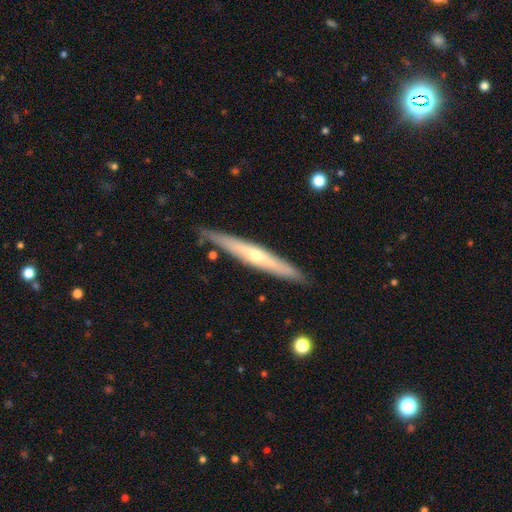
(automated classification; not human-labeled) Smooth or featured? featured or disk (66%)
Edge-on disk? yes (93%)
Edge-on bulge? rounded (76%)
Merging? none (87%)